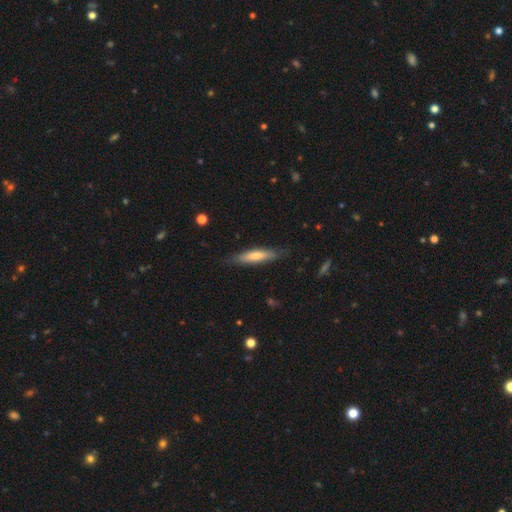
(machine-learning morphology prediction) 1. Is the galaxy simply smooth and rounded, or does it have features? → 62% smooth, 32% featured or disk, 6% star or artifact.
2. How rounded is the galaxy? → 78% cigar-shaped, 20% in between, 1% round.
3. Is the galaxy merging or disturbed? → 82% none, 14% minor disturbance, 3% major disturbance, 1% merger.